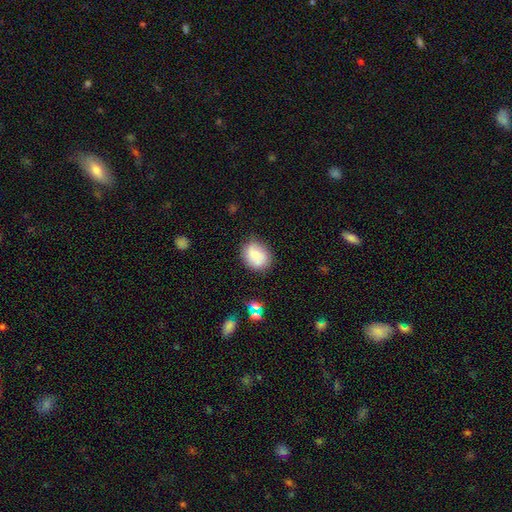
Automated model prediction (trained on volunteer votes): Q: Smooth or featured?
A: smooth (79%); runner-up: featured or disk (12%)
Q: How rounded?
A: round (55%); runner-up: in between (44%)
Q: Merging?
A: none (76%); runner-up: minor disturbance (17%)